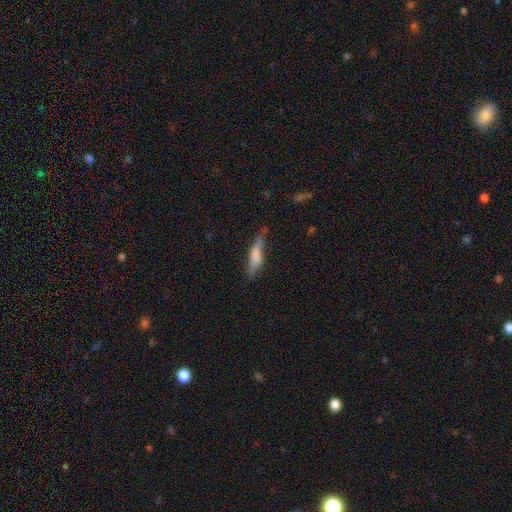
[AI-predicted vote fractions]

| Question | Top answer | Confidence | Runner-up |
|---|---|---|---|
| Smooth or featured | smooth | 64% | featured or disk (29%) |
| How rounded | cigar-shaped | 70% | in between (28%) |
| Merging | none | 50% | minor disturbance (32%) |